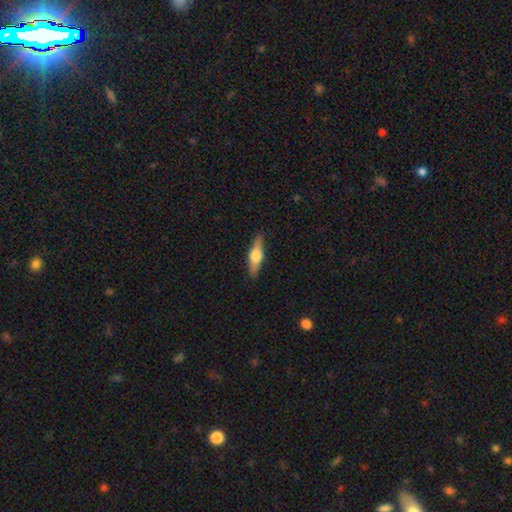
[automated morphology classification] This appears to be a featured or disk galaxy (52%) viewed edge-on (94%). Merging: none (89%).